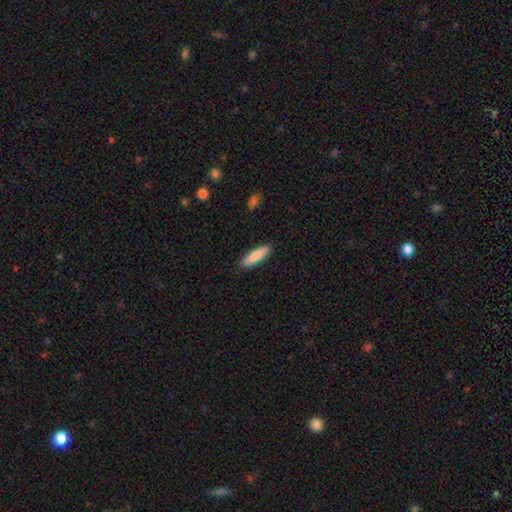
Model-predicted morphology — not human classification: Overall: smooth (83%). How rounded: cigar-shaped (70%). Merging: none (90%).